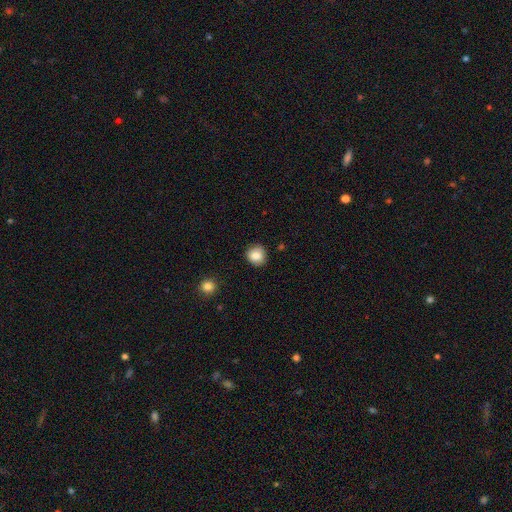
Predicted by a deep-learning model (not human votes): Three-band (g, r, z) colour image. It shows a smooth galaxy with no disk features (84%) that is round (85%). Merging: none (87%).